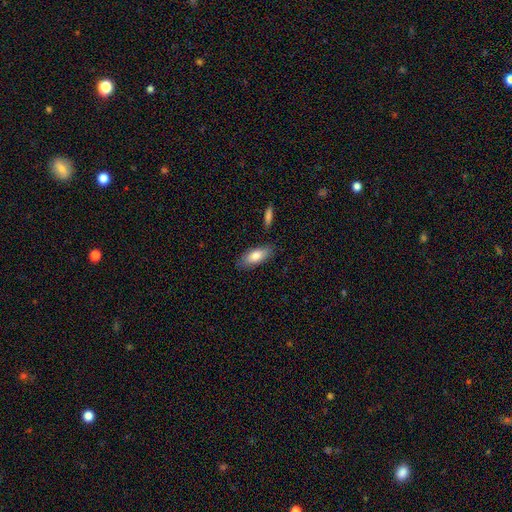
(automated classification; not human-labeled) This is likely a smooth galaxy (80%). How rounded: clearly in between (81%). Merging: clearly none (83%).